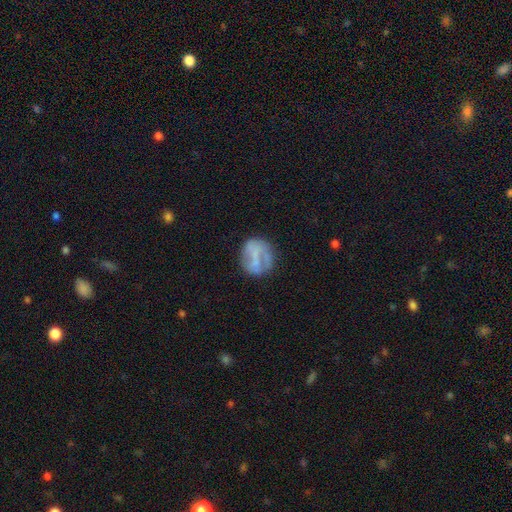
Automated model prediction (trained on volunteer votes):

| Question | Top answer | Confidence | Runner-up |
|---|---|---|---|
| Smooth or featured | featured or disk | 50% | smooth (40%) |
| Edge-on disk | no | 97% | yes (3%) |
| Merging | none | 62% | minor disturbance (21%) |